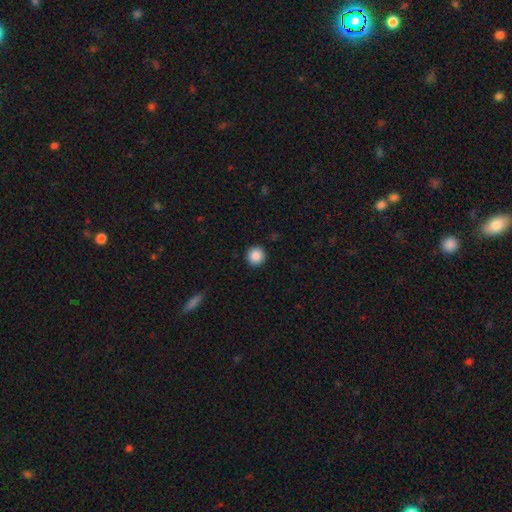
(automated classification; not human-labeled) Q: Smooth or featured?
A: smooth (89%); runner-up: star or artifact (9%)
Q: How rounded?
A: round (93%); runner-up: in between (6%)
Q: Merging?
A: none (92%); runner-up: minor disturbance (6%)